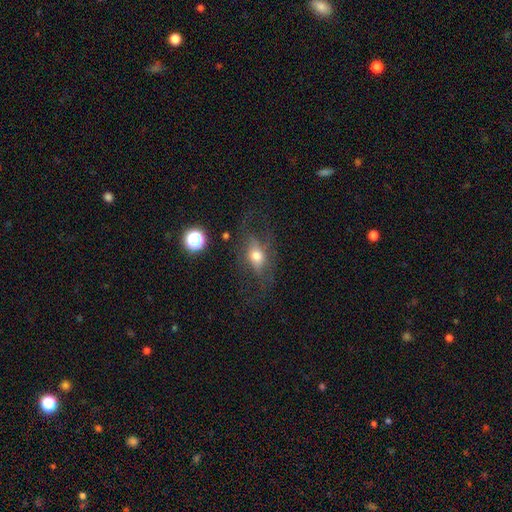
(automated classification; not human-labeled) A smooth galaxy with no disk features (48%).

Vote fractions:
- Smooth or featured? smooth: 48% / featured or disk: 37% / star or artifact: 15%
- Merging? none: 53% / major disturbance: 25% / minor disturbance: 19% / merger: 2%